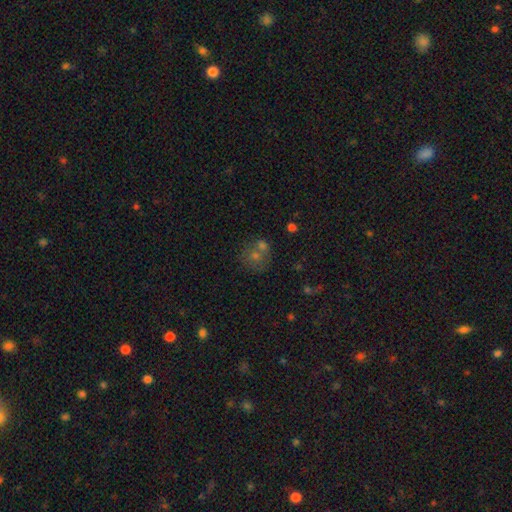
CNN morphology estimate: This appears to be a smooth galaxy with no disk features (56%) that is round (86%). Merging: none (54%).